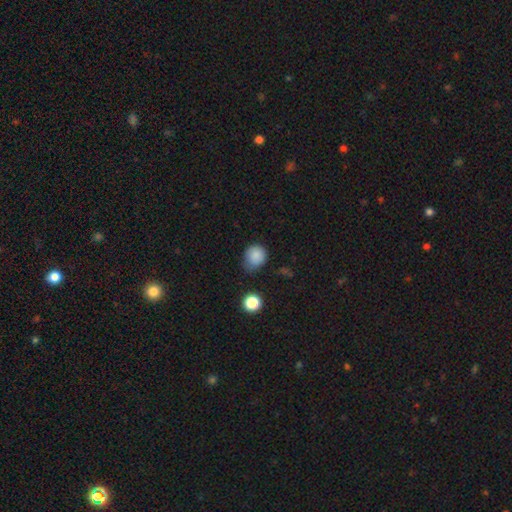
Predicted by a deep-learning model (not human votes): A smooth galaxy with no disk features (85%) that is round (77%).

Vote fractions:
- Smooth or featured? smooth: 85% / star or artifact: 11% / featured or disk: 5%
- How rounded? round: 77% / in between: 22% / cigar-shaped: 1%
- Merging? none: 55% / minor disturbance: 34% / major disturbance: 8% / merger: 3%